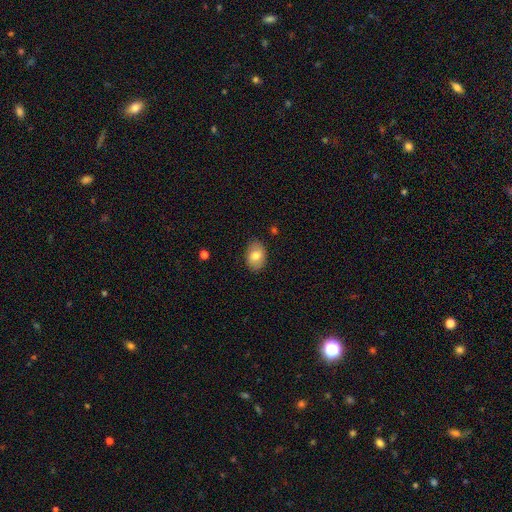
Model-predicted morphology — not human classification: Overall: smooth (79%). How rounded: in between (83%). Merging: none (85%).